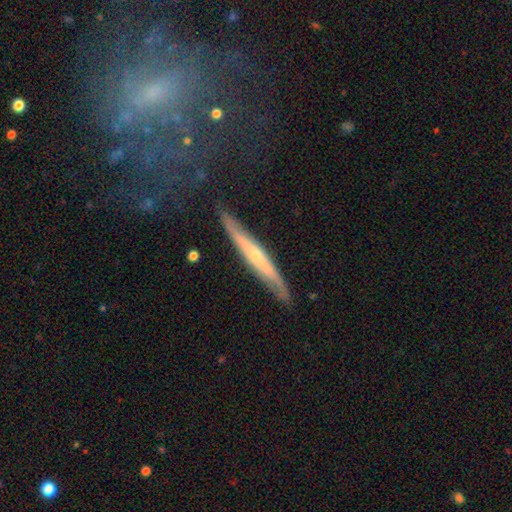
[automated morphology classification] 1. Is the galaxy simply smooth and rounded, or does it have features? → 60% featured or disk, 34% smooth, 6% star or artifact.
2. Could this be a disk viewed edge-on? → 89% yes, 11% no.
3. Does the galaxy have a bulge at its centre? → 51% rounded, 42% none, 6% boxy.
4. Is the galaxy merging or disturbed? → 82% none, 13% minor disturbance, 3% major disturbance, 2% merger.